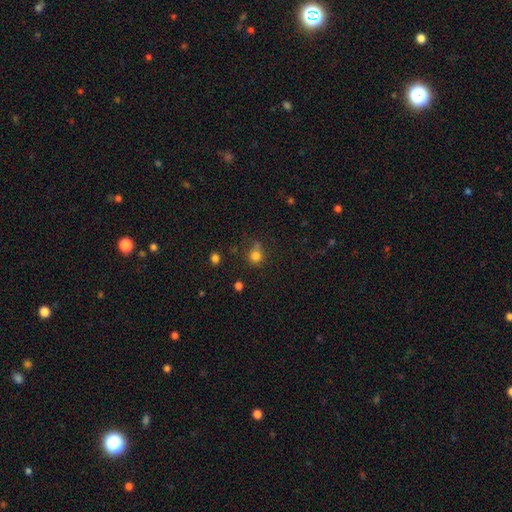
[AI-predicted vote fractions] smooth_or_featured: smooth (p=0.79) [alt: star or artifact p=0.14]
how_rounded: round (p=0.84) [alt: in between p=0.15]
merging: none (p=0.58) [alt: minor disturbance p=0.21]